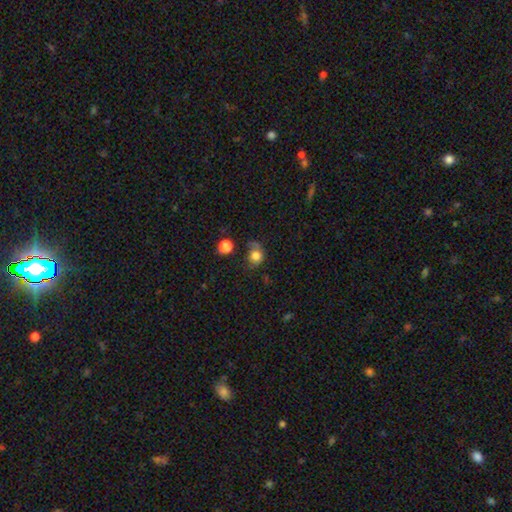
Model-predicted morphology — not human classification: smooth_or_featured: smooth (p=0.79) [alt: star or artifact p=0.12]
how_rounded: round (p=0.72) [alt: in between p=0.27]
merging: none (p=0.44) [alt: minor disturbance p=0.26]